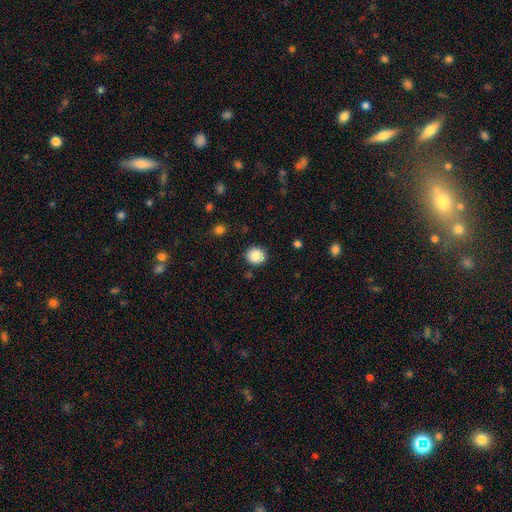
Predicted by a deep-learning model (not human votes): Smooth or featured? smooth (86%)
How rounded? round (88%)
Merging? none (88%)